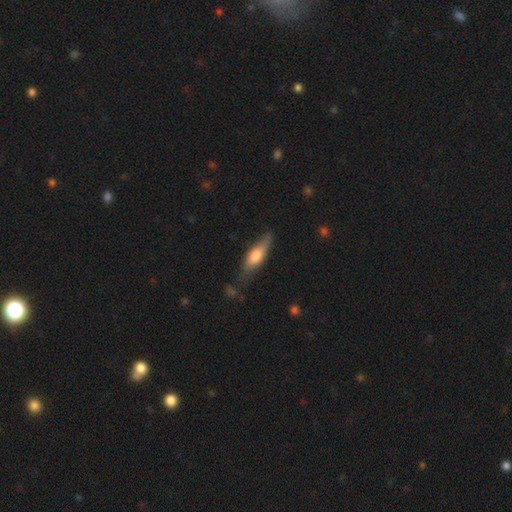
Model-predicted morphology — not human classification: Q: Smooth or featured?
A: smooth (68%); runner-up: featured or disk (26%)
Q: How rounded?
A: cigar-shaped (50%); runner-up: in between (48%)
Q: Merging?
A: none (63%); runner-up: minor disturbance (26%)